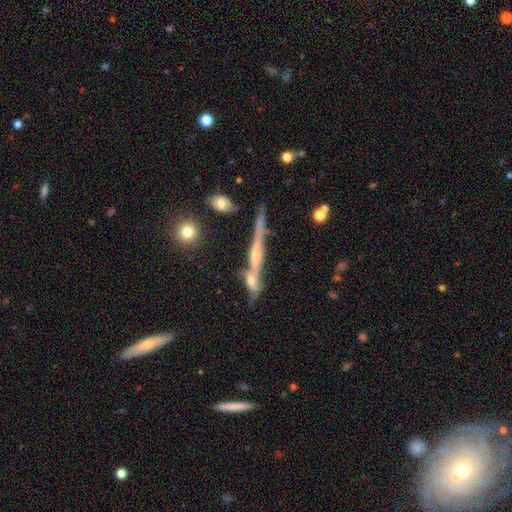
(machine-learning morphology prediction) featured or disk 68%, smooth 22%, star or artifact 10%. Down the decision tree: edge-on disk — yes (90%); edge-on bulge — rounded (48%); merging — none (55%).